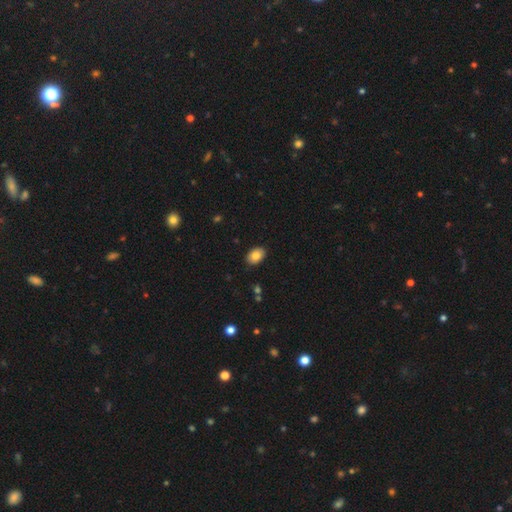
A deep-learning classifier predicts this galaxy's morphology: This appears to be a smooth galaxy with no disk features (82%) that is in between round and cigar-shaped (81%). Merging: none (89%).